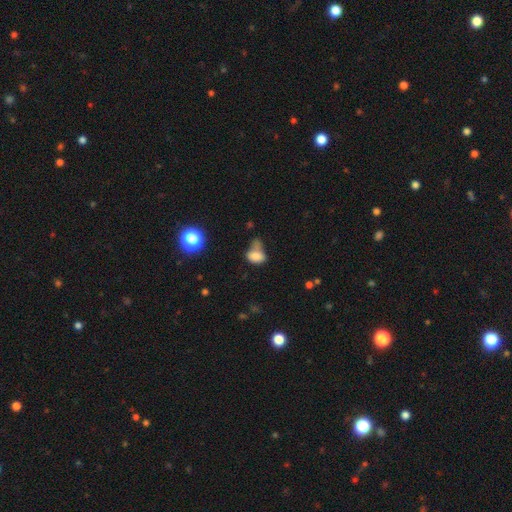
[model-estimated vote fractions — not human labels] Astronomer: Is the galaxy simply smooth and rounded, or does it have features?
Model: smooth — 77%.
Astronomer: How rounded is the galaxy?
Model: in between — 76%.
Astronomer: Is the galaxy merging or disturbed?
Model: none — 28% (runner-up: merger, 27%).